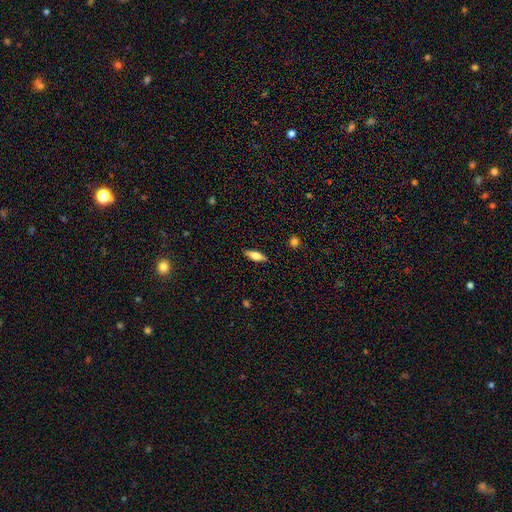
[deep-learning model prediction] Overall: smooth (60%; featured or disk 33%). How rounded: in between (60%; cigar-shaped 37%). Merging: none (88%).